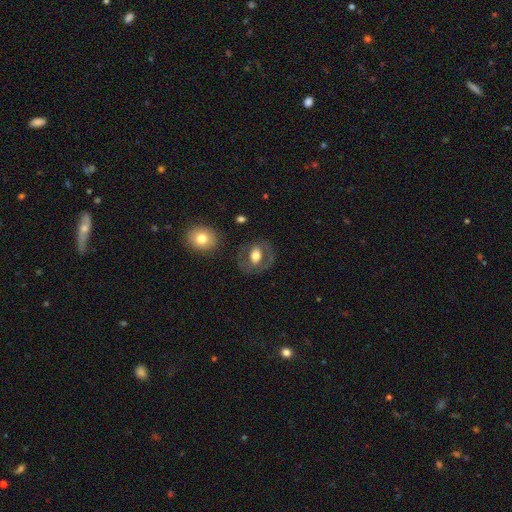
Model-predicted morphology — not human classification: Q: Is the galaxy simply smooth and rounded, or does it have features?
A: smooth — 49%.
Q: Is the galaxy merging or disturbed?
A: none — 73%.